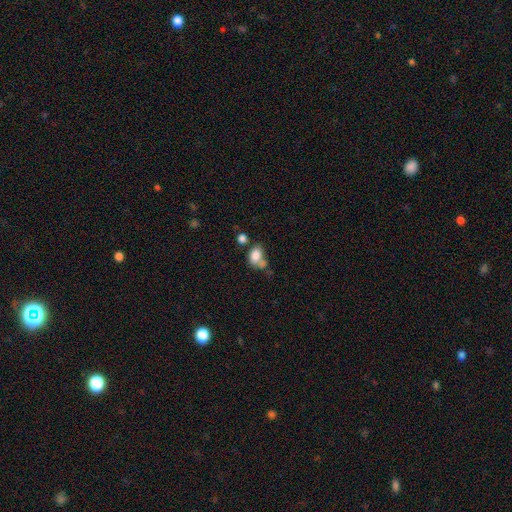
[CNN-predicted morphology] smooth-or-featured: smooth: 79% | featured or disk: 11% | star or artifact: 10%
  how-rounded: in between: 67% | round: 31% | cigar-shaped: 1%
  merging: none: 36% | merger: 32% | minor disturbance: 20% | major disturbance: 12%